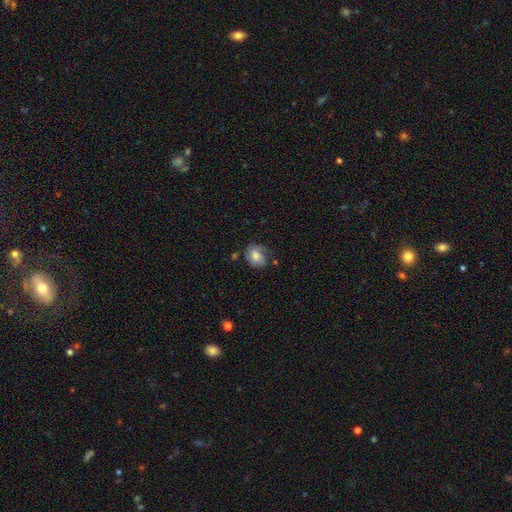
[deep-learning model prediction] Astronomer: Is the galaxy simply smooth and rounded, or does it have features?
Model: smooth — 61%.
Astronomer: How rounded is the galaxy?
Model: round — 52% (runner-up: in between, 47%).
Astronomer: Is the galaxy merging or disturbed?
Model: none — 56%.